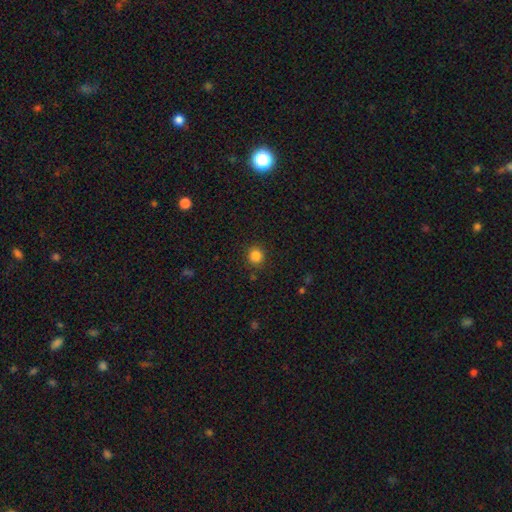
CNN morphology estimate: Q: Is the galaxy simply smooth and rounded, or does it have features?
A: smooth — 84%.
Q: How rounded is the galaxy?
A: round — 91%.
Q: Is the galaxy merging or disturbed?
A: none — 90%.